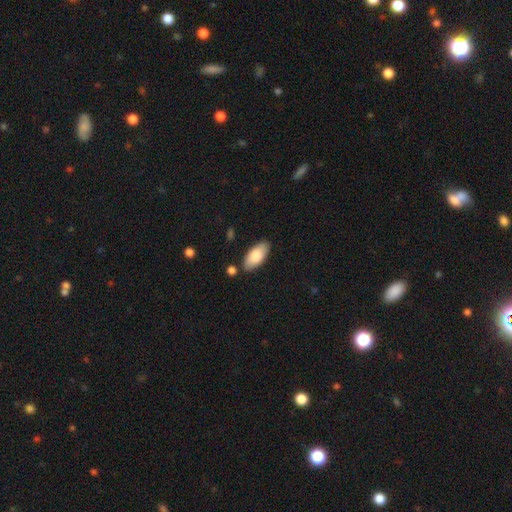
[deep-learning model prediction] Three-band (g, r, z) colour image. It shows a smooth galaxy with no disk features (82%) that is in between round and cigar-shaped (90%). Merging: none (83%).